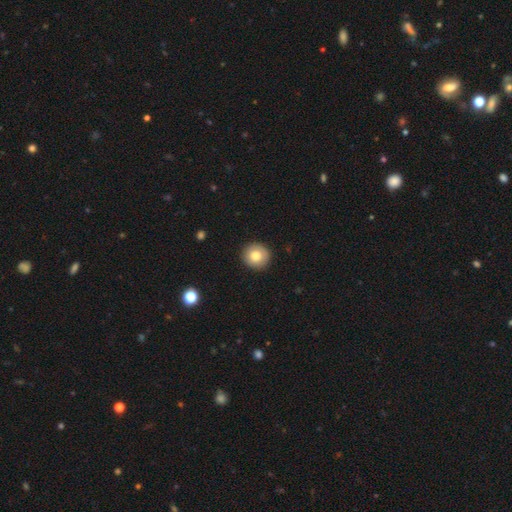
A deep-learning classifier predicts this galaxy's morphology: Smooth or featured? smooth (80%)
How rounded? round (92%)
Merging? none (90%)